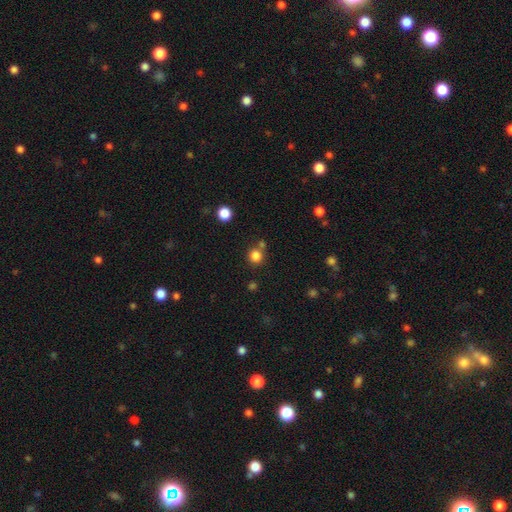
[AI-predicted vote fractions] smooth 82%, star or artifact 13%, featured or disk 5%. Down the decision tree: how rounded — round (91%); merging — none (71%).